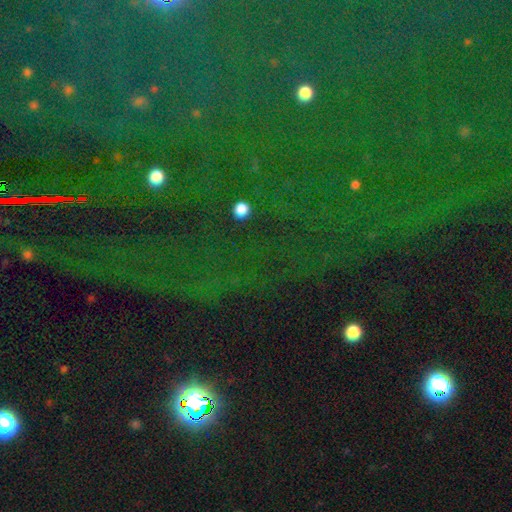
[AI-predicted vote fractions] Morphology: type=star or artifact (80%).